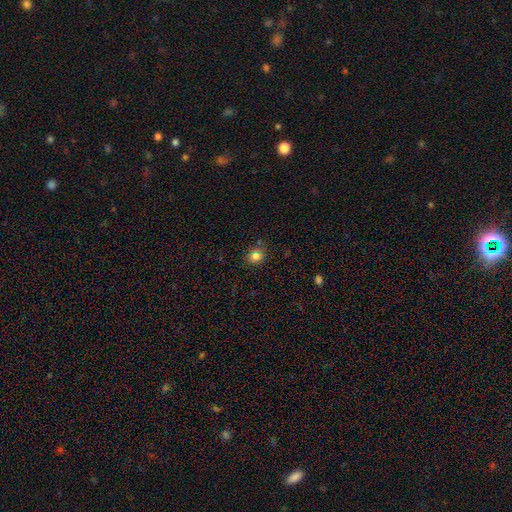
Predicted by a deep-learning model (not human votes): Overall: smooth (79%). How rounded: round (70%). Merging: none (78%).